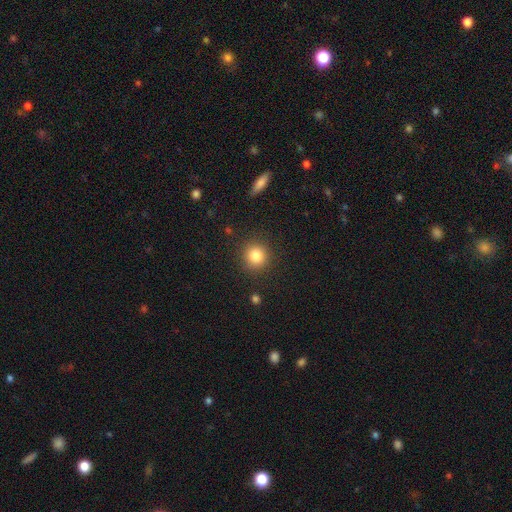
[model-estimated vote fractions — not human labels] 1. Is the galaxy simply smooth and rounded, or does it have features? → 83% smooth, 11% star or artifact, 6% featured or disk.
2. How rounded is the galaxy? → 92% round, 7% in between, 1% cigar-shaped.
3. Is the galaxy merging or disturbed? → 90% none, 7% minor disturbance, 2% major disturbance, 1% merger.